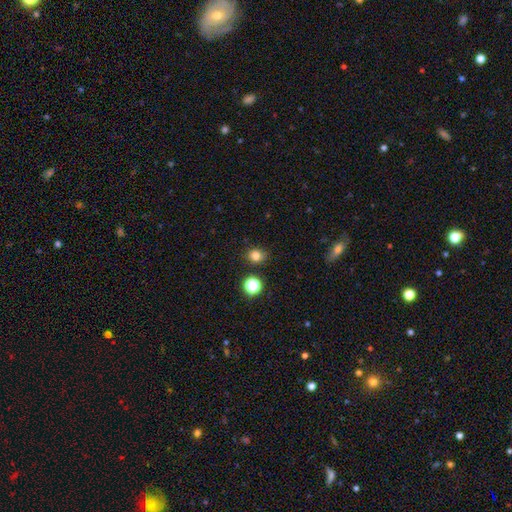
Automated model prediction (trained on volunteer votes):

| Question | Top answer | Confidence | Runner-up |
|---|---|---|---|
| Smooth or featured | smooth | 80% | star or artifact (15%) |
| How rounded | round | 73% | in between (26%) |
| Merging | none | 85% | minor disturbance (9%) |